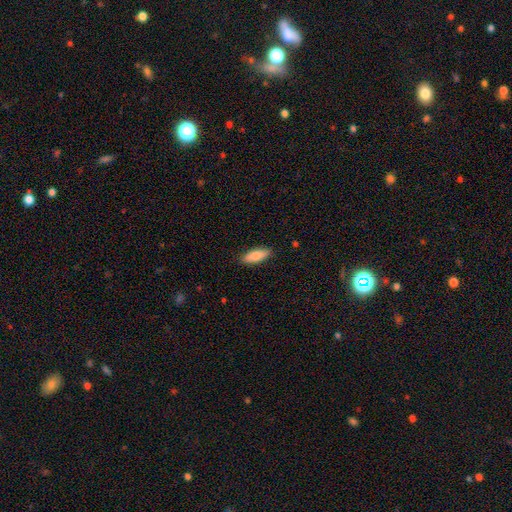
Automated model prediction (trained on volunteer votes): Overall: smooth (83%). How rounded: in between (71%). Merging: none (87%).